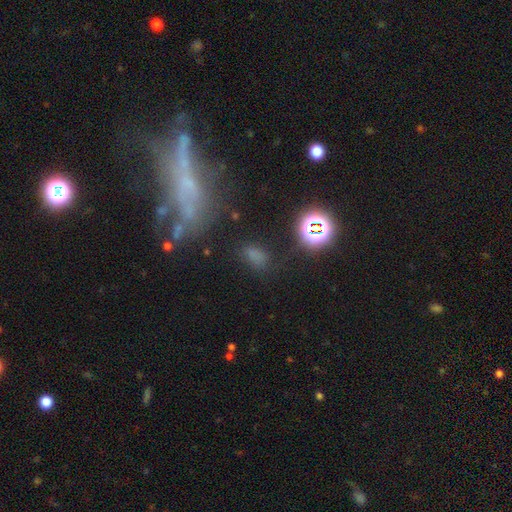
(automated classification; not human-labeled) Smooth or featured? smooth (57%)
How rounded? in between (77%)
Merging? none (65%)